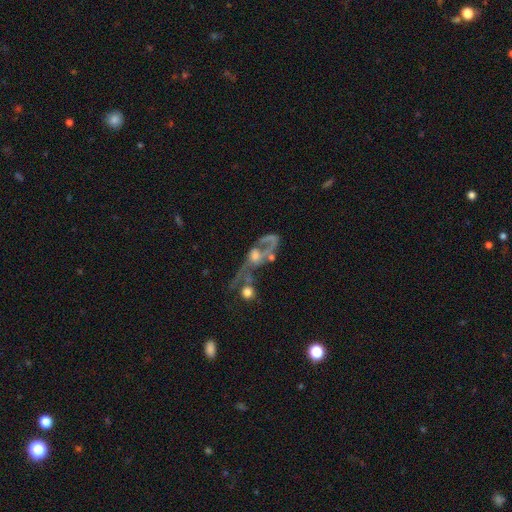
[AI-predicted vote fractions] featured or disk 66%, smooth 20%, star or artifact 14%. Down the decision tree: edge-on disk — no (91%); bar — no (78%); spiral arms — yes (55%); bulge size — moderate (45%); merging — merger (42%).